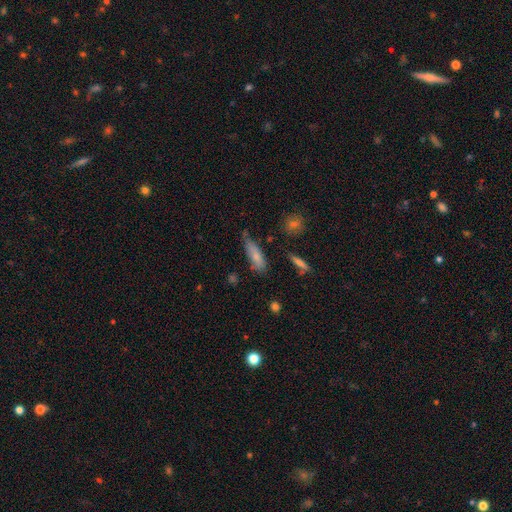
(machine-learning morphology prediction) smooth_or_featured: smooth (p=0.75) [alt: featured or disk p=0.17]
how_rounded: in between (p=0.53) [alt: cigar-shaped p=0.44]
merging: none (p=0.51) [alt: minor disturbance p=0.35]